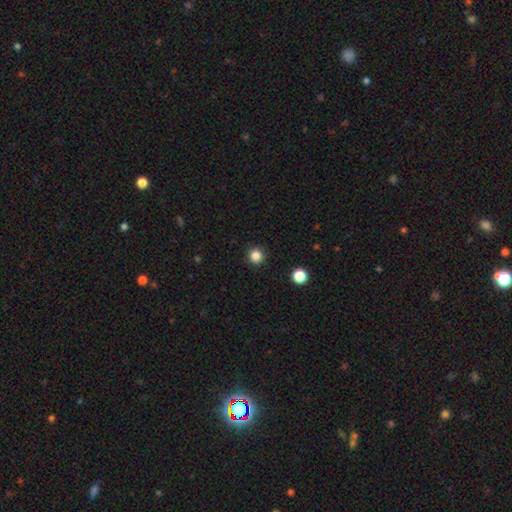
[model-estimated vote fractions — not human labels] Overall: smooth (84%). How rounded: round (96%). Merging: none (93%).